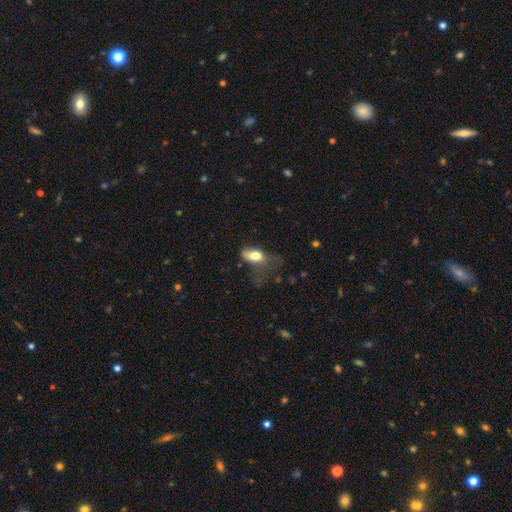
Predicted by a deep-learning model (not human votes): Q: Smooth or featured?
A: smooth (76%); runner-up: featured or disk (16%)
Q: How rounded?
A: in between (87%); runner-up: round (7%)
Q: Merging?
A: major disturbance (51%); runner-up: minor disturbance (26%)